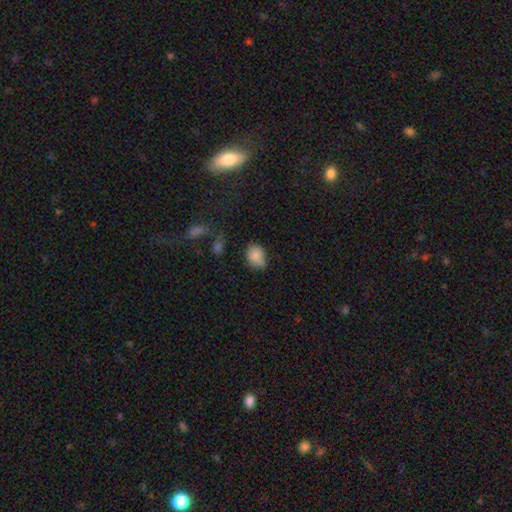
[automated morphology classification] The model was most divided on "how rounded": in between: 54%, round: 45%, cigar-shaped: 1%. More confident: smooth or featured — smooth (84%); merging — none (57%).